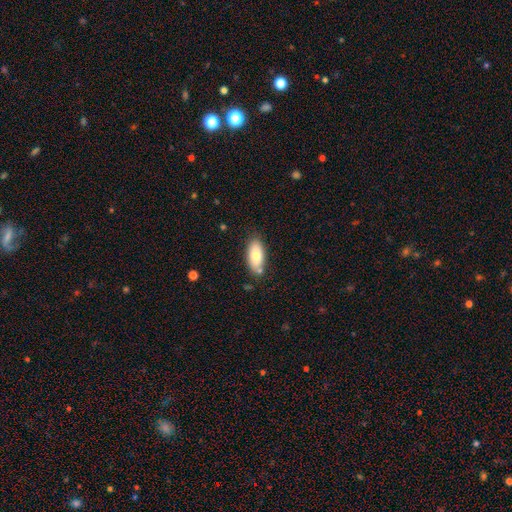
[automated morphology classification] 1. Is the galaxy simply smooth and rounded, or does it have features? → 75% smooth, 18% featured or disk, 7% star or artifact.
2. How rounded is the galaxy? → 89% in between, 8% cigar-shaped, 3% round.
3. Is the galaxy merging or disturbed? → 77% none, 15% minor disturbance, 5% merger, 3% major disturbance.